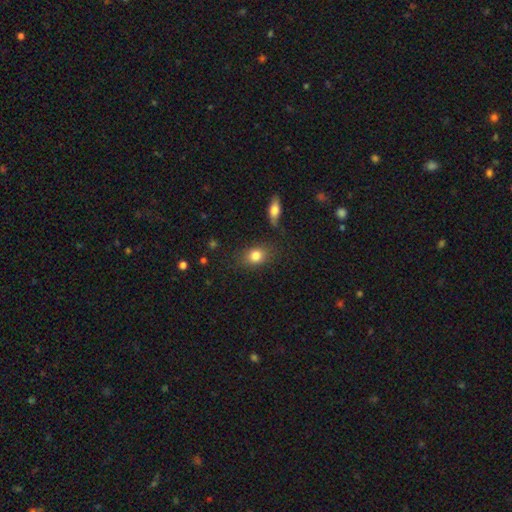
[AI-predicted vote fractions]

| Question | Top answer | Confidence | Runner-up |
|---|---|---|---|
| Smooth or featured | smooth | 83% | star or artifact (9%) |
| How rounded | in between | 57% | round (41%) |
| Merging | none | 78% | minor disturbance (14%) |